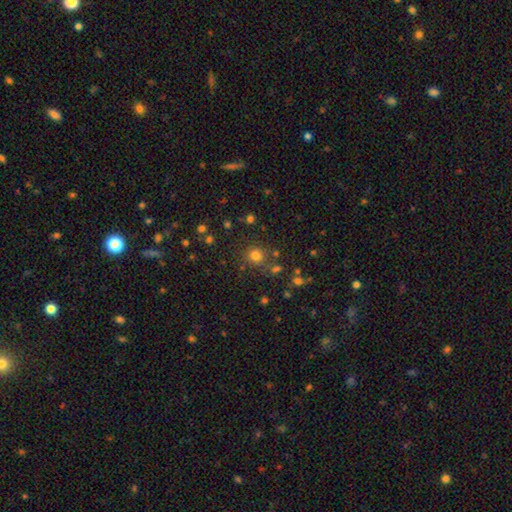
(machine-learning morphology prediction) A smooth galaxy with no disk features (75%) that is round (89%). Merging: none (79%).